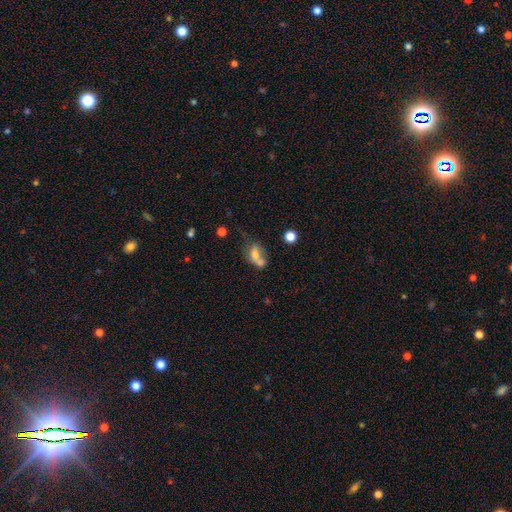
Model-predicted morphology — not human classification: smooth-or-featured: smooth: 65% | featured or disk: 22% | star or artifact: 12%
  how-rounded: in between: 73% | round: 21% | cigar-shaped: 6%
  merging: merger: 53% | none: 23% | minor disturbance: 13% | major disturbance: 12%